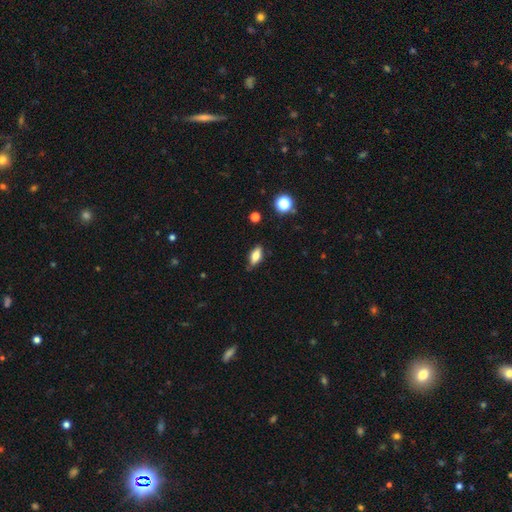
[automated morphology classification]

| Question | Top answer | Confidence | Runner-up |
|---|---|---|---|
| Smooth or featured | smooth | 71% | featured or disk (20%) |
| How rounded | in between | 80% | cigar-shaped (16%) |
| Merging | none | 77% | minor disturbance (18%) |